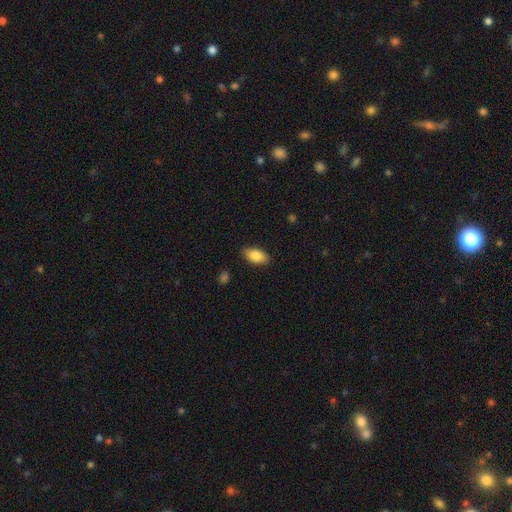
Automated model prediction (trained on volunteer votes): The model was most divided on "merging": none: 87%, minor disturbance: 10%, major disturbance: 2%, merger: 1%. More confident: how rounded — in between (91%); smooth or featured — smooth (86%).